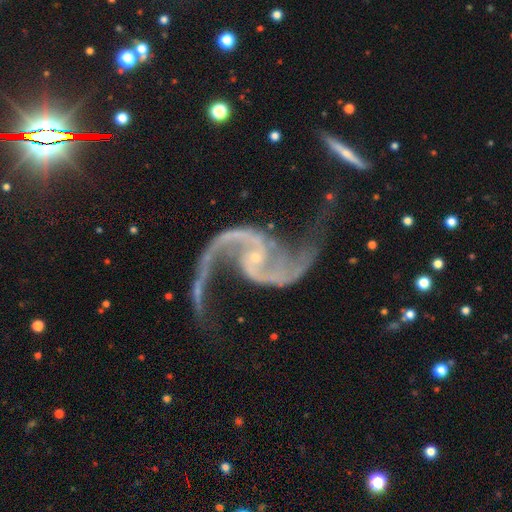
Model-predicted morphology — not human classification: Smooth or featured? Predicted: featured or disk (p=0.94). Edge-on disk? Predicted: no (p=0.98). Bar? Predicted: no (p=0.51). Spiral arms? Predicted: yes (p=0.98). Spiral winding? Predicted: loose (p=0.65). Spiral arm count? Predicted: 2 (p=0.94). Bulge size? Predicted: small (p=0.84). Merging? Predicted: none (p=0.60).